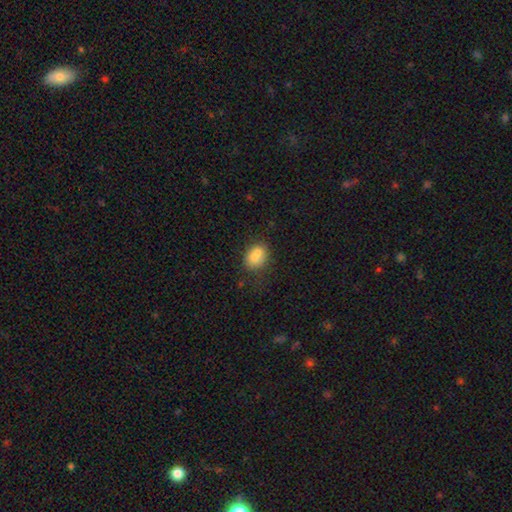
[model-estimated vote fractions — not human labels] This is likely a smooth galaxy (71%). How rounded: possibly round (56%). Merging: possibly merger (46%).